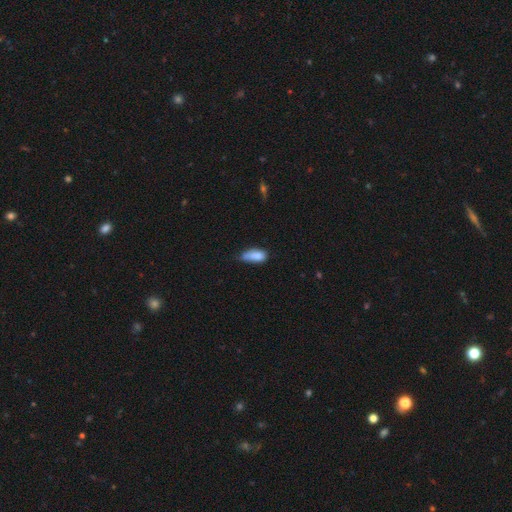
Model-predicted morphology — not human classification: type=smooth (83%); roundness=in between (85%); merging=minor disturbance (48%).